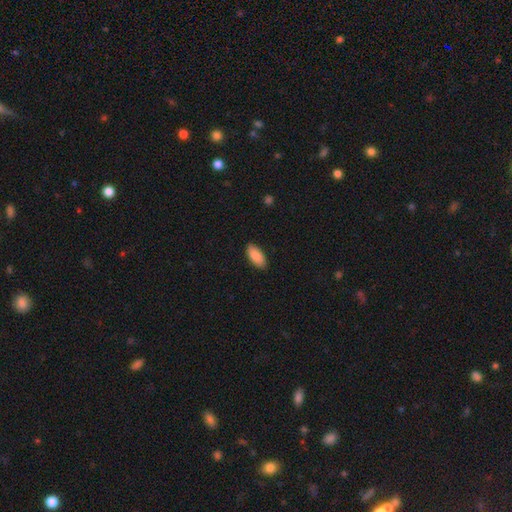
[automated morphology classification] This appears to be a smooth galaxy with no disk features (88%) that is in between round and cigar-shaped (90%). Merging: none (87%).